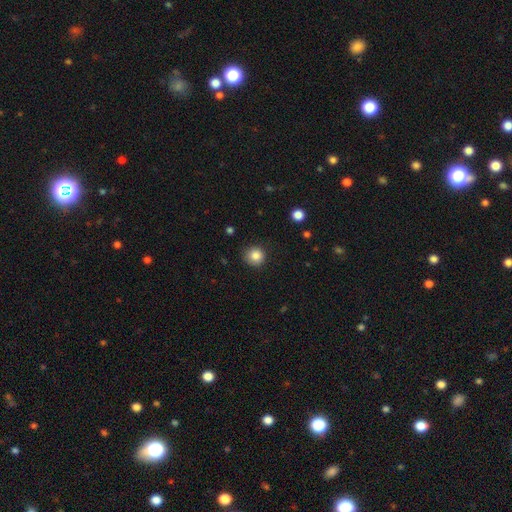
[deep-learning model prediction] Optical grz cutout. It shows a smooth galaxy with no disk features (85%) that is round (92%). Merging: none (84%).